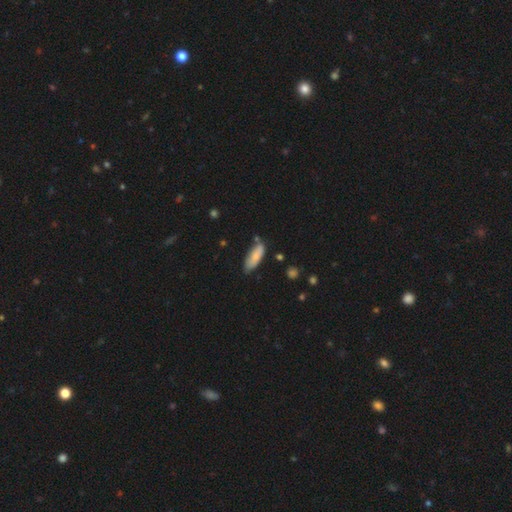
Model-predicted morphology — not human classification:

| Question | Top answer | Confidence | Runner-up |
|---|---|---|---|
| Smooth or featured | smooth | 82% | featured or disk (12%) |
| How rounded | in between | 61% | cigar-shaped (37%) |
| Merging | none | 68% | minor disturbance (23%) |